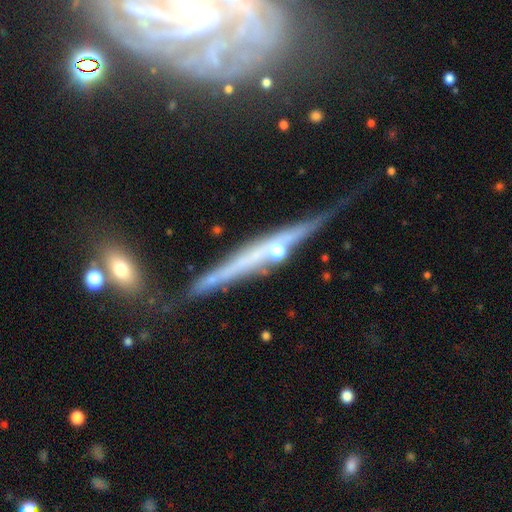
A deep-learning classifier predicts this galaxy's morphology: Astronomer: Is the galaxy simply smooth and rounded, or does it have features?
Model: featured or disk — 76%.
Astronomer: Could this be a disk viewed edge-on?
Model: yes — 92%.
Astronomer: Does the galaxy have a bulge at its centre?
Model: rounded — 46% (runner-up: none, 44%).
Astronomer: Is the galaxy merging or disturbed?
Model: none — 69%.